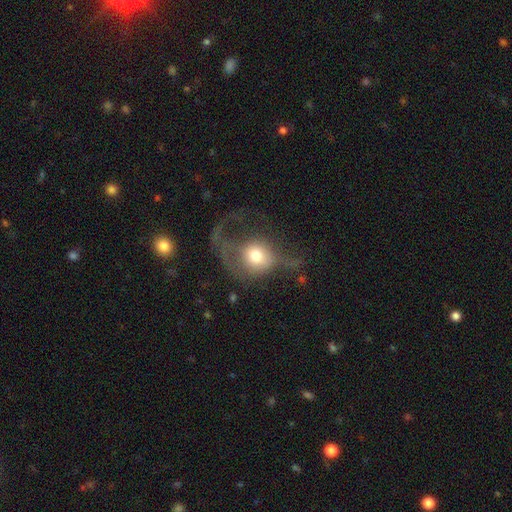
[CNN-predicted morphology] smooth 57%, featured or disk 34%, star or artifact 9%. Down the decision tree: how rounded — round (76%); merging — major disturbance (63%).